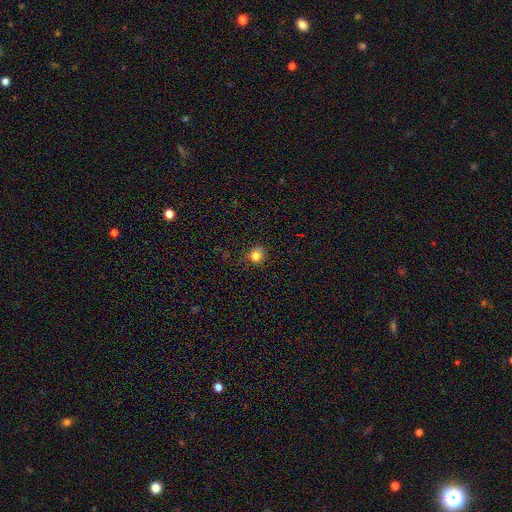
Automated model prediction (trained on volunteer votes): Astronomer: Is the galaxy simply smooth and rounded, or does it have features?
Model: smooth — 81%.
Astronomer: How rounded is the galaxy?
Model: round — 78%.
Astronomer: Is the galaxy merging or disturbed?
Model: none — 78%.